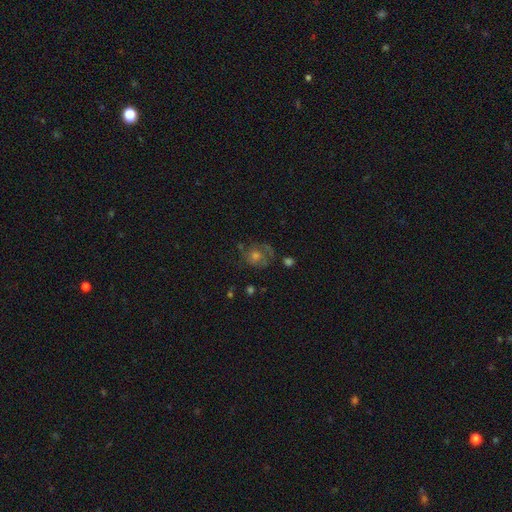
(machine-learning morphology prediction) Overall: featured or disk (49%; smooth 32%). Merging: none (59%; minor disturbance 20%).